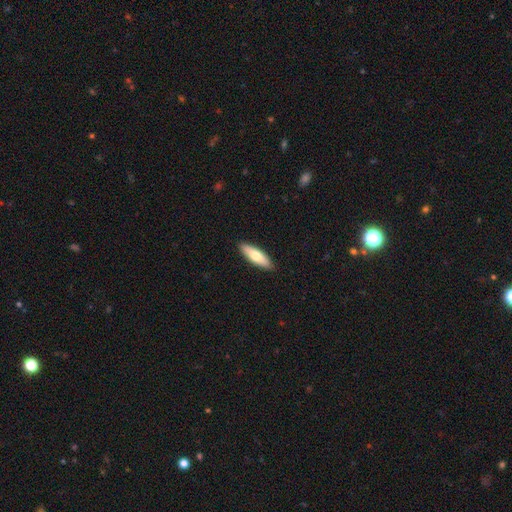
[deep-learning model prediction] Smooth or featured: smooth — 69% (featured or disk — 25%)
How rounded: cigar-shaped — 51% (in between — 47%)
Merging: none — 90% (minor disturbance — 8%)